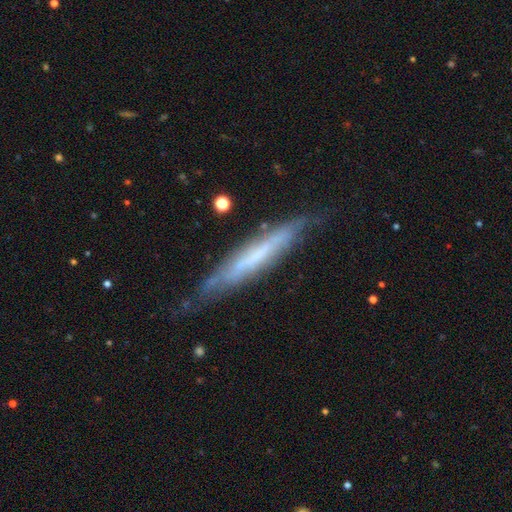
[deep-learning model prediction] Smooth or featured? Predicted: featured or disk (p=0.61). Edge-on disk? Predicted: yes (p=0.79). Merging? Predicted: none (p=0.69).